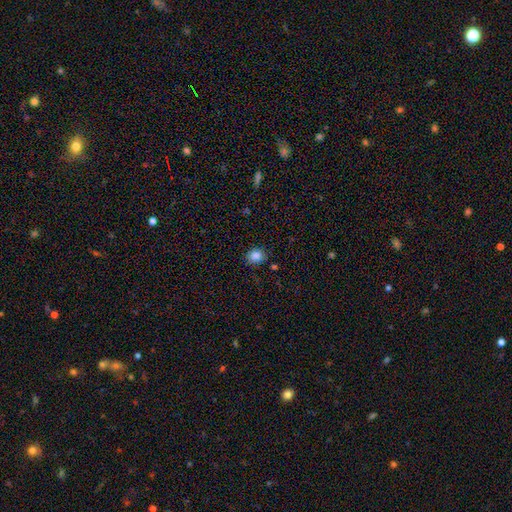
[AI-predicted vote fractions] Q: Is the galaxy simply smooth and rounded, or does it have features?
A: smooth — 85%.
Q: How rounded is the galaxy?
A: round — 73%.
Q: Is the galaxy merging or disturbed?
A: none — 86%.